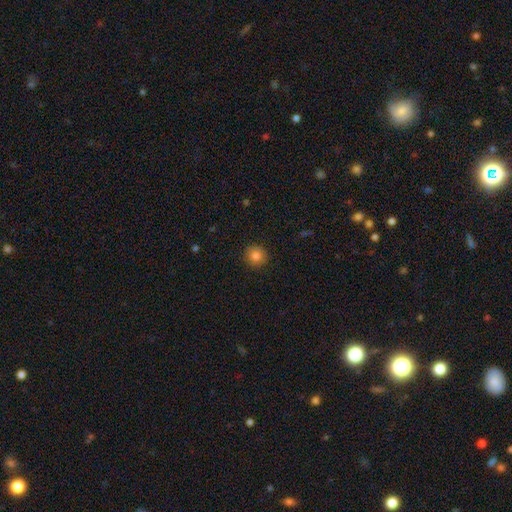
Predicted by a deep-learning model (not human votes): smooth 81%, star or artifact 11%, featured or disk 8%. Down the decision tree: how rounded — round (94%); merging — none (91%).